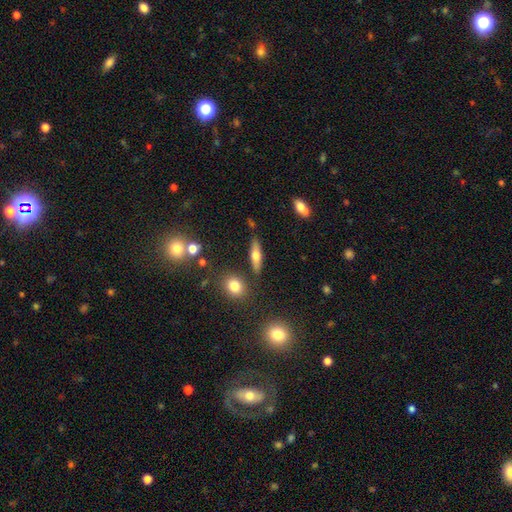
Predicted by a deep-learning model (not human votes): Smooth or featured: smooth — 55% (featured or disk — 36%)
How rounded: cigar-shaped — 54% (in between — 41%)
Merging: none — 82% (minor disturbance — 10%)